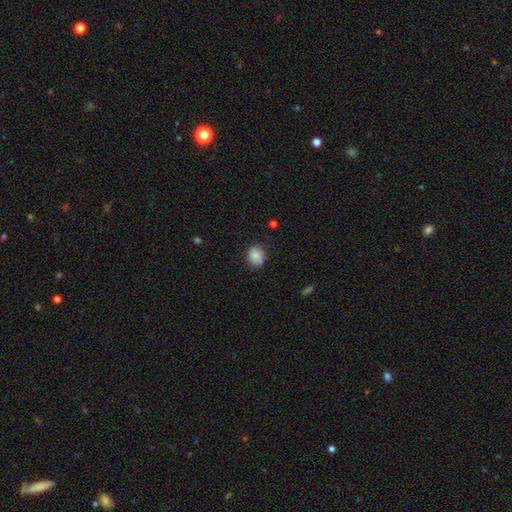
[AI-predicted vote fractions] Smooth or featured? smooth (84%)
How rounded? round (67%)
Merging? none (79%)